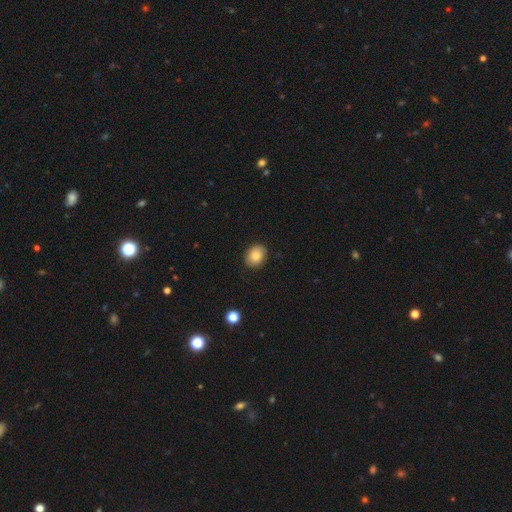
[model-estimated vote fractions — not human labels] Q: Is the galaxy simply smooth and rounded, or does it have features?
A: smooth — 84%.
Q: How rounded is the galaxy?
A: in between — 53%.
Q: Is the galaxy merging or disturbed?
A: none — 89%.